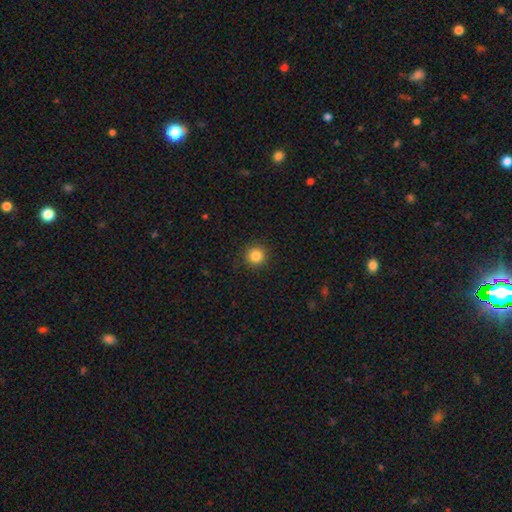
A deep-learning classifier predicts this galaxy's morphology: smooth 84%, star or artifact 11%, featured or disk 4%. Down the decision tree: how rounded — round (95%); merging — none (91%).